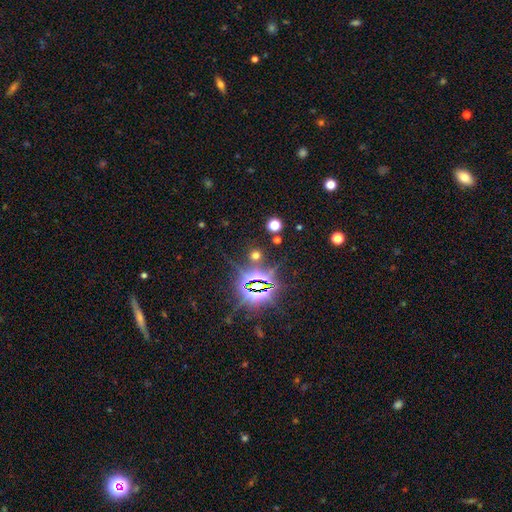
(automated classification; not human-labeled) Smooth or featured: star or artifact — 55% (smooth — 38%)